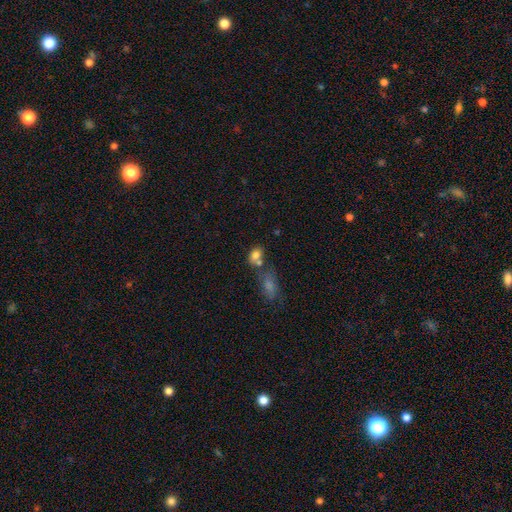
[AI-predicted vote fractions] Morphology: type=smooth (78%); roundness=in between (71%); merging=none (40%).